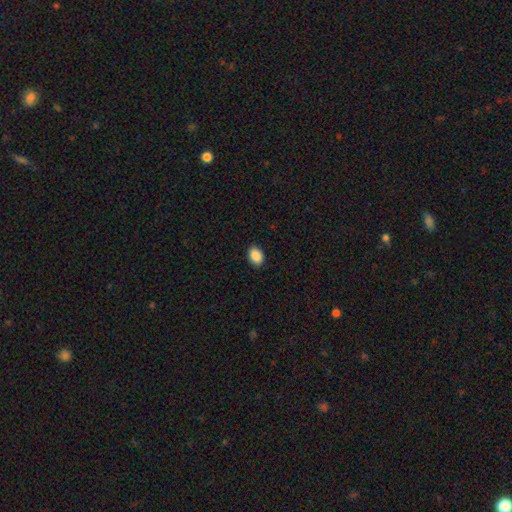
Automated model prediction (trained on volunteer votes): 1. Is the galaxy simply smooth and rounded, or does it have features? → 90% smooth, 8% star or artifact, 3% featured or disk.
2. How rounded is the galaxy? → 79% in between, 20% round, 1% cigar-shaped.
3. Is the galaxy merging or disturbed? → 90% none, 7% minor disturbance, 2% major disturbance, 1% merger.